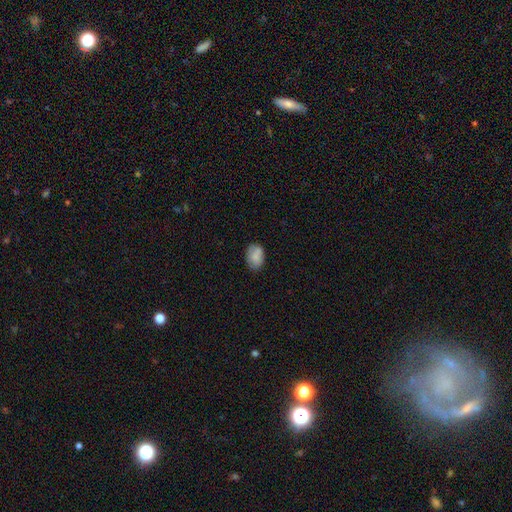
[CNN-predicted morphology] Smooth or featured? Predicted: smooth (p=0.82). How rounded? Predicted: in between (p=0.80). Merging? Predicted: none (p=0.70).